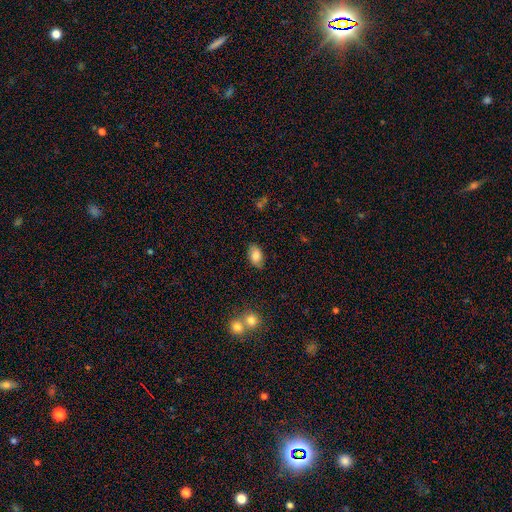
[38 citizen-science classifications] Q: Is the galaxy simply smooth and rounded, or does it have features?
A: smooth — 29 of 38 (76%).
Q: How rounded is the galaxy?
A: in between — 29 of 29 (100%).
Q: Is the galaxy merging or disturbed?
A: none — 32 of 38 (84%).